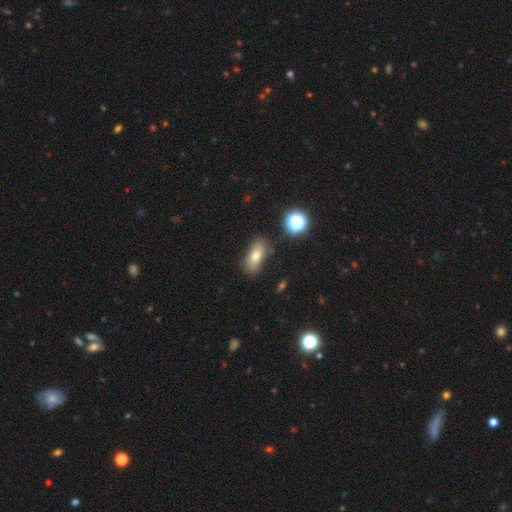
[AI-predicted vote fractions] A smooth galaxy with no disk features (73%) that is in between round and cigar-shaped (79%). Merging: none (79%).